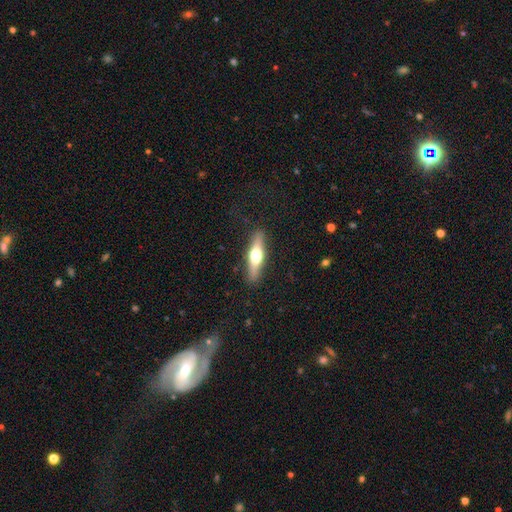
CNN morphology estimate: Smooth or featured? featured or disk (53%)
Edge-on disk? yes (94%)
Edge-on bulge? rounded (94%)
Merging? none (88%)